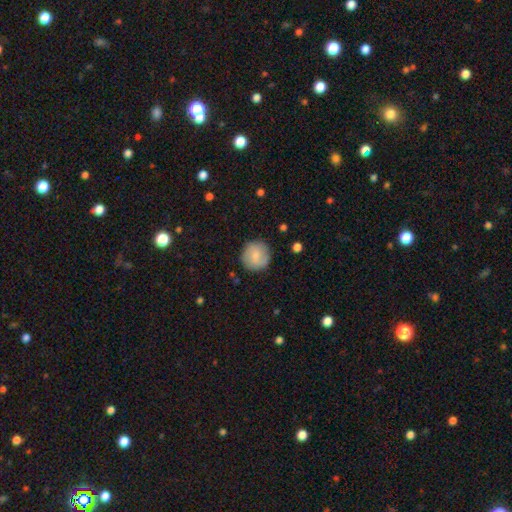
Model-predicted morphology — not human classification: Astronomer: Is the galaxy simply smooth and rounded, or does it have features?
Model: smooth — 78%.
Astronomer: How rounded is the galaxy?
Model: round — 94%.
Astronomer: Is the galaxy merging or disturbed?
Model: none — 86%.